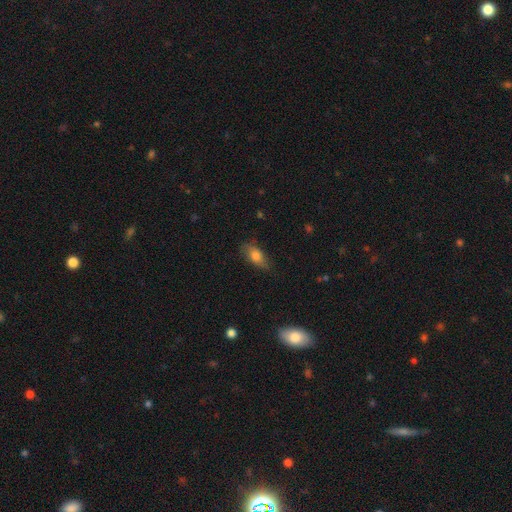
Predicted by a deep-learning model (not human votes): smooth-or-featured: smooth: 74% | featured or disk: 17% | star or artifact: 8%
  how-rounded: in between: 83% | cigar-shaped: 10% | round: 7%
  merging: none: 69% | minor disturbance: 24% | major disturbance: 6% | merger: 1%